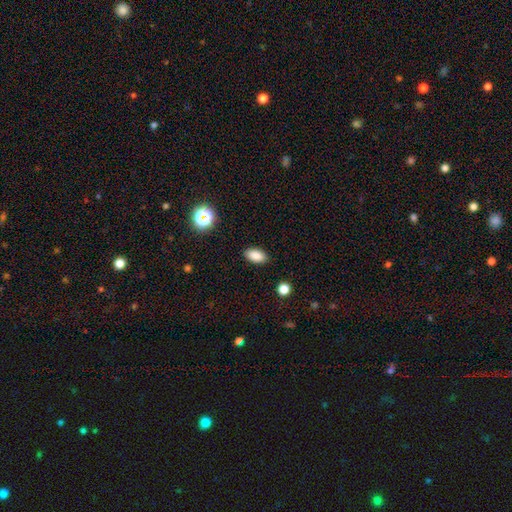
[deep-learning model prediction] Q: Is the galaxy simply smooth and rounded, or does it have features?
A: smooth — 85%.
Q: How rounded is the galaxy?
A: in between — 91%.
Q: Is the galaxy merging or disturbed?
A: none — 88%.